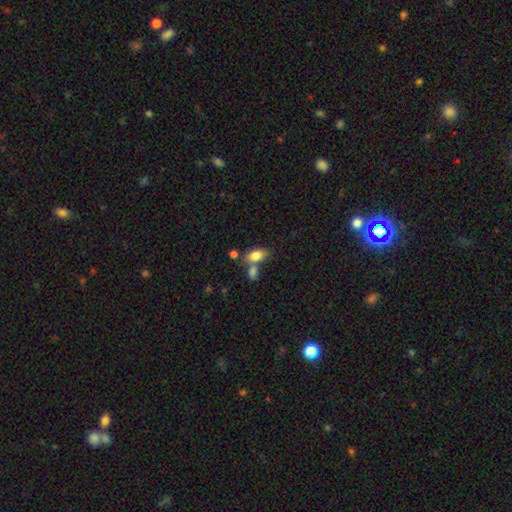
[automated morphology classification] The model was most divided on "merging": none: 51%, merger: 32%, minor disturbance: 12%, major disturbance: 4%. More confident: how rounded — in between (88%); smooth or featured — smooth (80%).